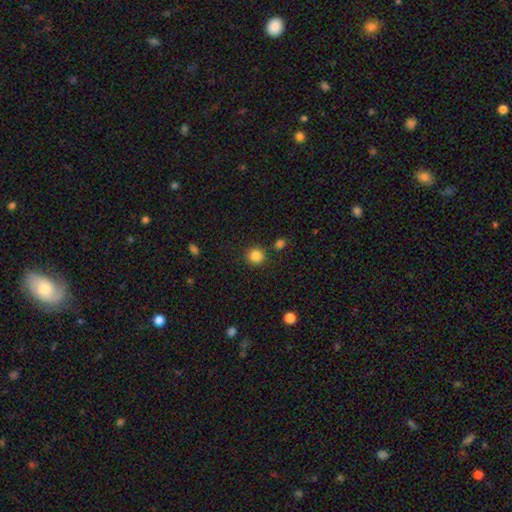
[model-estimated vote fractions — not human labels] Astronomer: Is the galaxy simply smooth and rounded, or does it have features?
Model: smooth — 85%.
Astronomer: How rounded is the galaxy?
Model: round — 93%.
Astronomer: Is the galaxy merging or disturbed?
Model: none — 87%.